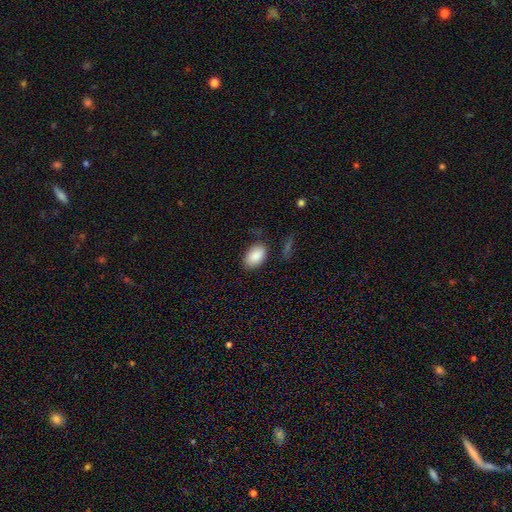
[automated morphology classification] A smooth galaxy with no disk features (88%) that is in between round and cigar-shaped (92%). Merging: none (76%).